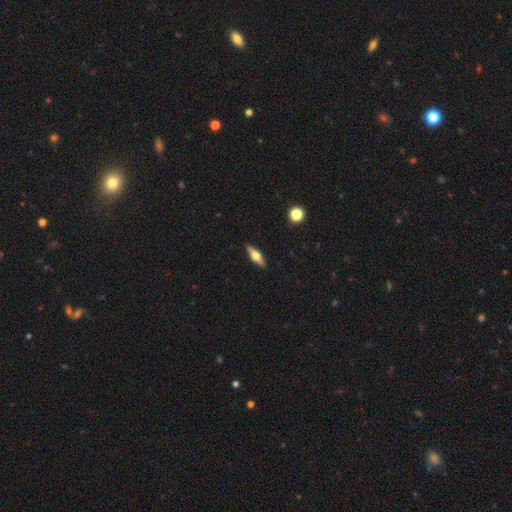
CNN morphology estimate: Smooth or featured? Predicted: featured or disk (p=0.54). Edge-on disk? Predicted: yes (p=0.93). Edge-on bulge? Predicted: rounded (p=0.94). Merging? Predicted: none (p=0.89).